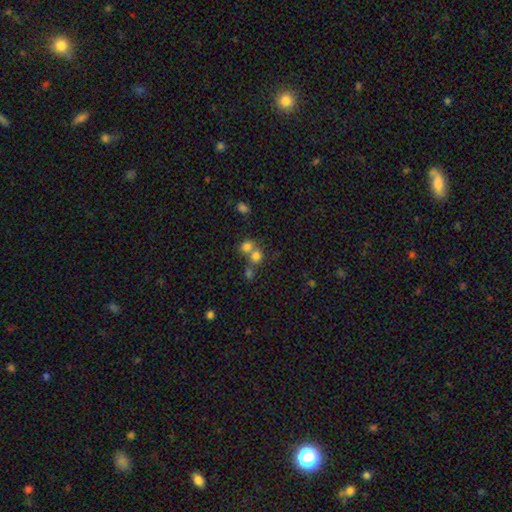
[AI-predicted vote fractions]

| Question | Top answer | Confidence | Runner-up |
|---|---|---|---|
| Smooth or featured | smooth | 73% | star or artifact (15%) |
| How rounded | round | 80% | in between (18%) |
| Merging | merger | 50% | none (40%) |